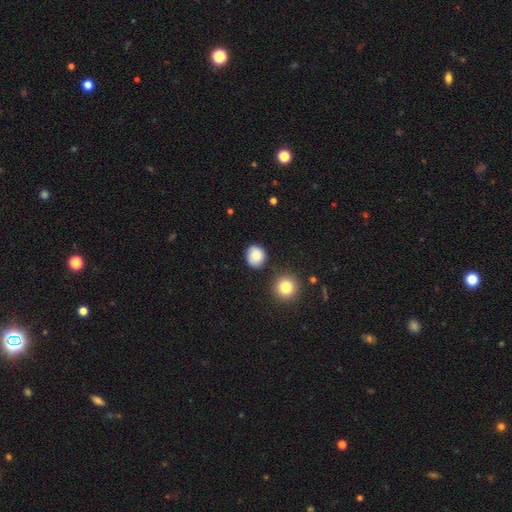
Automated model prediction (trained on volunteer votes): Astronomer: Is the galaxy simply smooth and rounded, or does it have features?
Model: smooth — 83%.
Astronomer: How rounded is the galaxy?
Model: round — 82%.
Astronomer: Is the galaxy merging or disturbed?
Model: none — 83%.